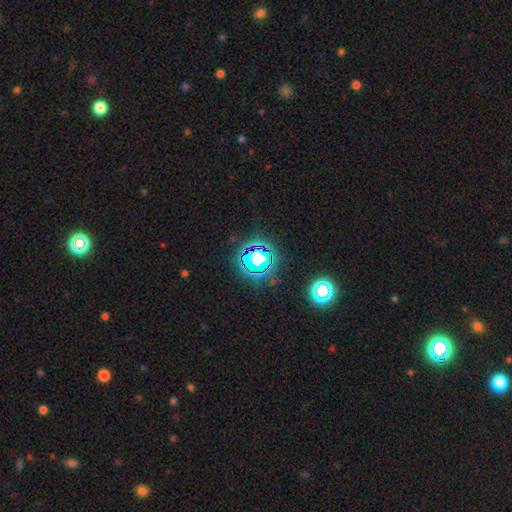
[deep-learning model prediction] smooth-or-featured: star or artifact: 80% | smooth: 13% | featured or disk: 7%